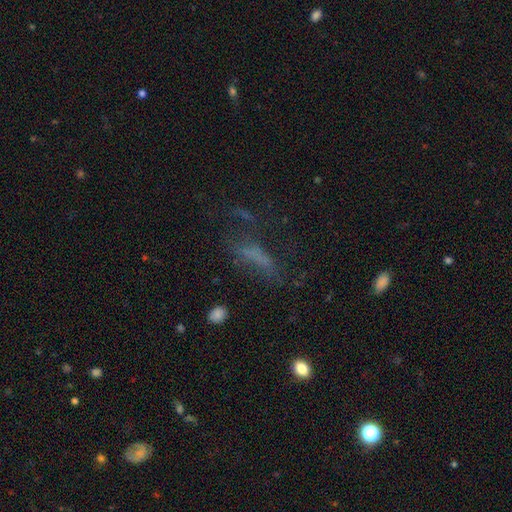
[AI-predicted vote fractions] This is marginally a smooth galaxy (42%). Merging: possibly none (45%).